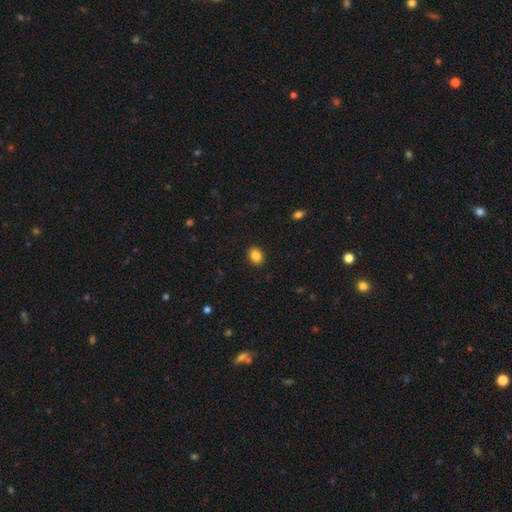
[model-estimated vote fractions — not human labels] This appears to be a smooth galaxy with no disk features (87%) that is in between round and cigar-shaped (51%). Merging: none (91%).